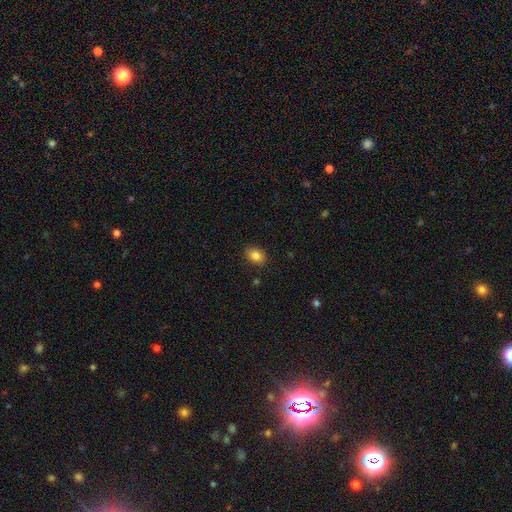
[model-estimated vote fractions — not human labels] Q: Smooth or featured?
A: smooth (85%); runner-up: star or artifact (9%)
Q: How rounded?
A: in between (76%); runner-up: round (23%)
Q: Merging?
A: none (86%); runner-up: minor disturbance (10%)